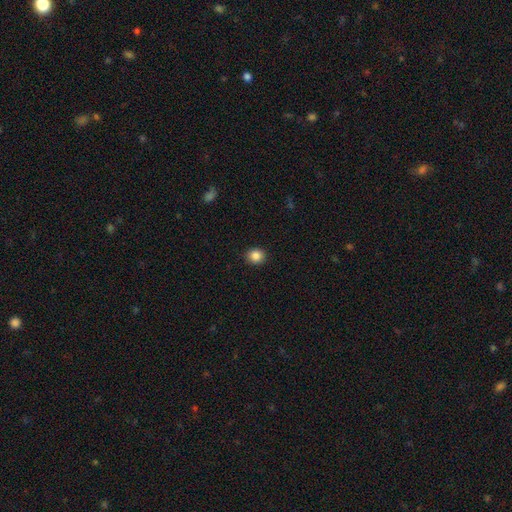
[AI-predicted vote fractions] Overall: smooth (87%). How rounded: round (78%). Merging: none (90%).